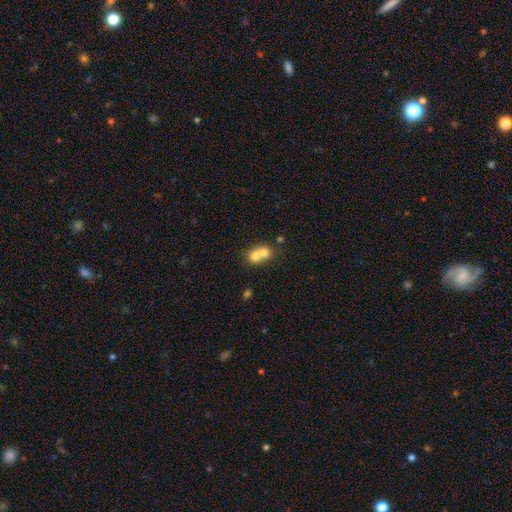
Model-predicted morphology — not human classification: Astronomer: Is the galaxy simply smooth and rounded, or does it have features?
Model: smooth — 69%.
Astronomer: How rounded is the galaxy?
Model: round — 71%.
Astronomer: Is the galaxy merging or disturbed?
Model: merger — 71%.